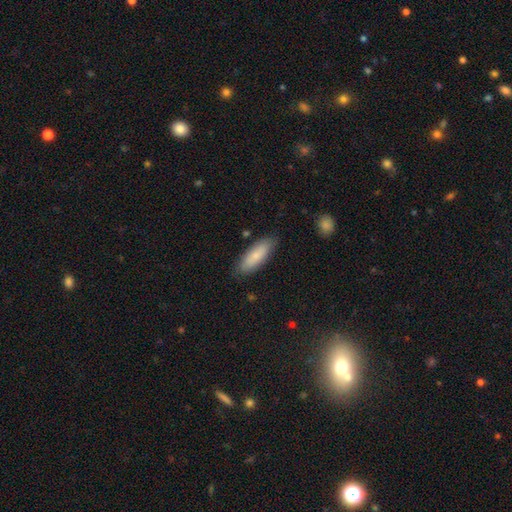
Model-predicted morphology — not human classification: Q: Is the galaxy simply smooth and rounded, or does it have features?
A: smooth — 81%.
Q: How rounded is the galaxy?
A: in between — 64%.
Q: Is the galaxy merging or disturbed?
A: none — 84%.